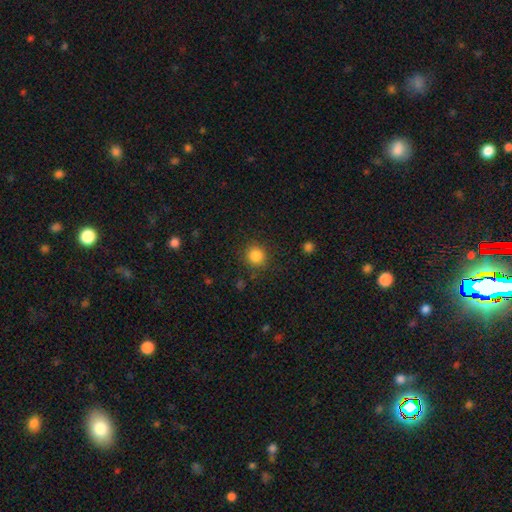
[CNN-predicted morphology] smooth_or_featured: smooth (p=0.85) [alt: star or artifact p=0.11]
how_rounded: round (p=0.90) [alt: in between p=0.09]
merging: none (p=0.87) [alt: minor disturbance p=0.08]